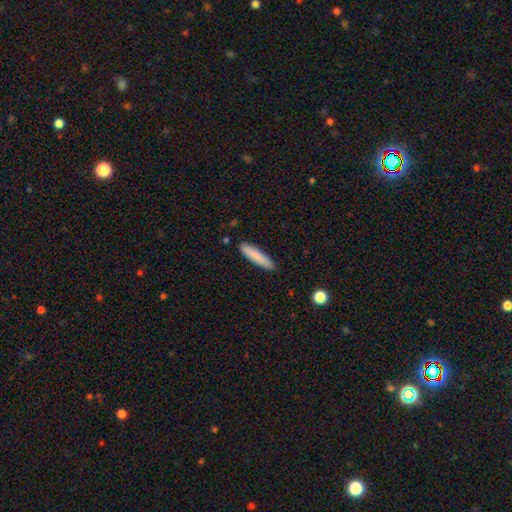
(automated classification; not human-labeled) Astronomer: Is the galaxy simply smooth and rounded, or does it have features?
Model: smooth — 85%.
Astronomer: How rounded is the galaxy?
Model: cigar-shaped — 88%.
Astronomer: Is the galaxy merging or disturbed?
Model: none — 89%.